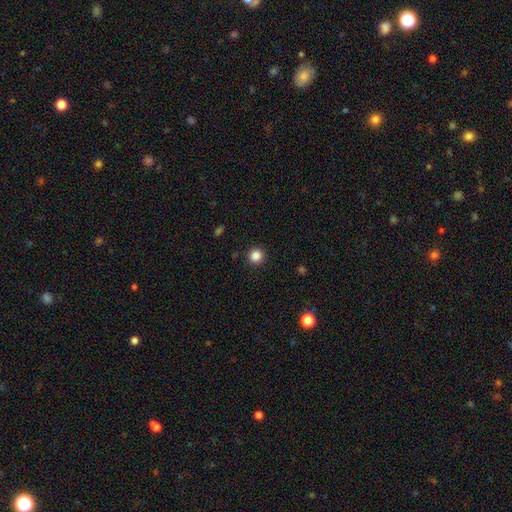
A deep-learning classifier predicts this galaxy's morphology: type=smooth (86%); roundness=round (94%); merging=none (92%).